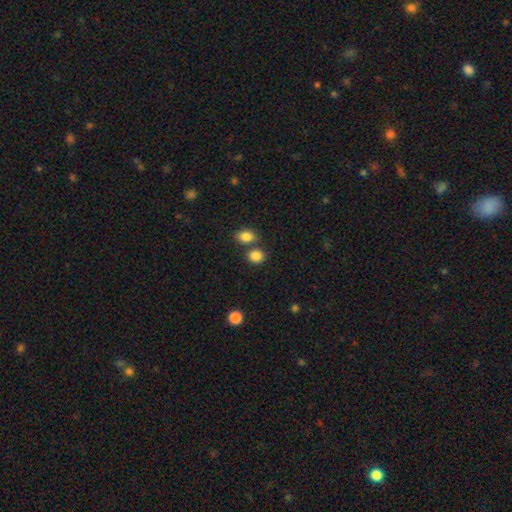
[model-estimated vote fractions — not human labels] This appears to be a smooth galaxy with no disk features (85%) that is round (59%). Merging: none (62%).